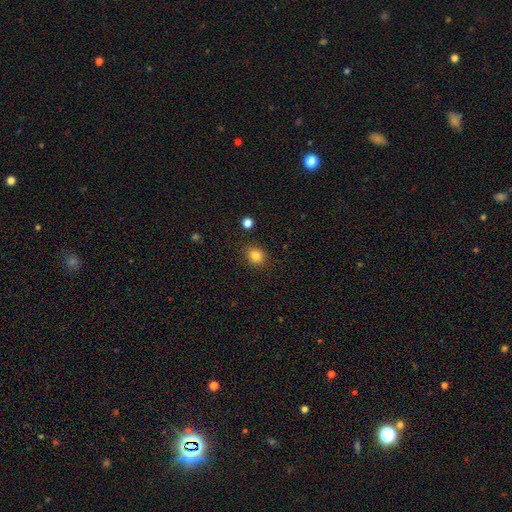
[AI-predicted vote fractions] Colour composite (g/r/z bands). It shows a smooth galaxy with no disk features (82%) that is round (80%). Merging: none (86%).